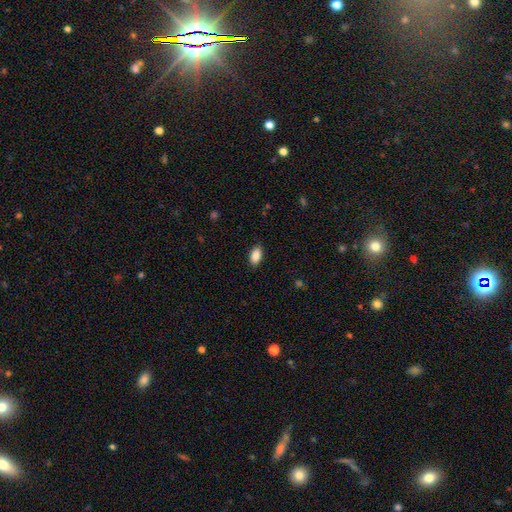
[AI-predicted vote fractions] Q: Smooth or featured?
A: smooth (89%); runner-up: star or artifact (7%)
Q: How rounded?
A: in between (93%); runner-up: round (4%)
Q: Merging?
A: none (88%); runner-up: minor disturbance (9%)